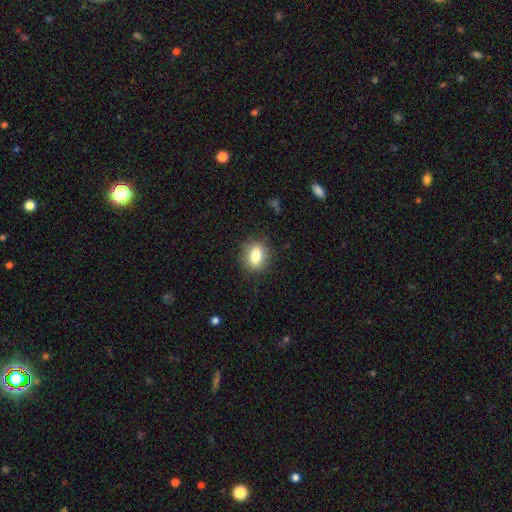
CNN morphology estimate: smooth 81%, featured or disk 10%, star or artifact 9%. Down the decision tree: how rounded — in between (62%); merging — none (86%).